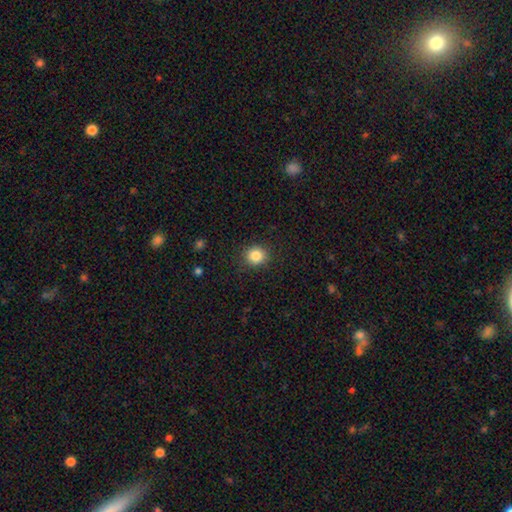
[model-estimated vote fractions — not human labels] Morphology: type=smooth (85%); roundness=round (87%); merging=none (89%).